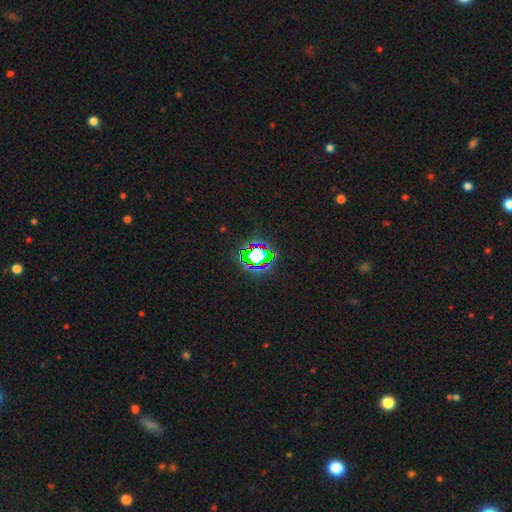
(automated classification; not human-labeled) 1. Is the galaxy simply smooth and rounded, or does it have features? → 68% star or artifact, 20% smooth, 12% featured or disk.